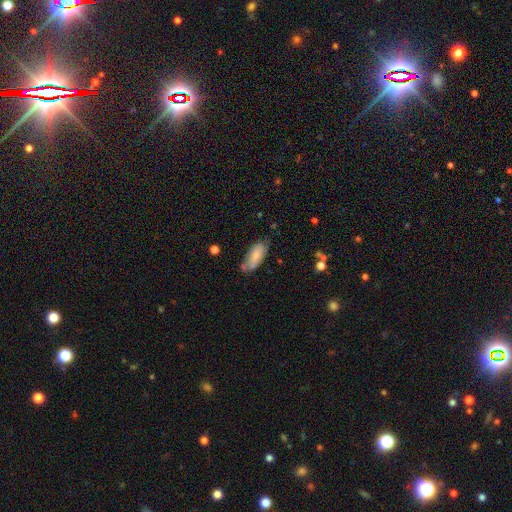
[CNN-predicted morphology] smooth 69%, featured or disk 24%, star or artifact 7%. Down the decision tree: how rounded — in between (81%); merging — none (57%).